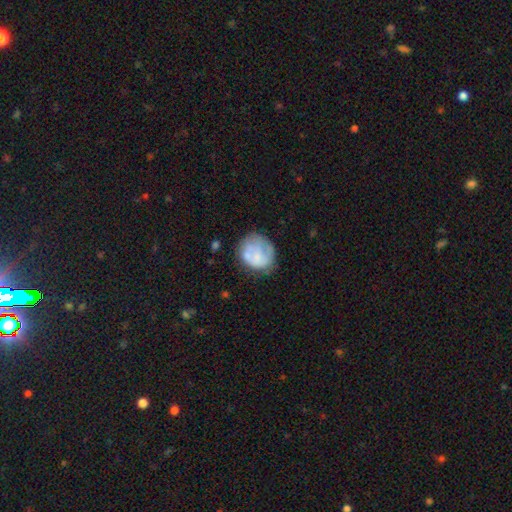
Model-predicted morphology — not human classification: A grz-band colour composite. It shows a smooth galaxy with no disk features (55%) that is round (79%). Merging: none (54%).